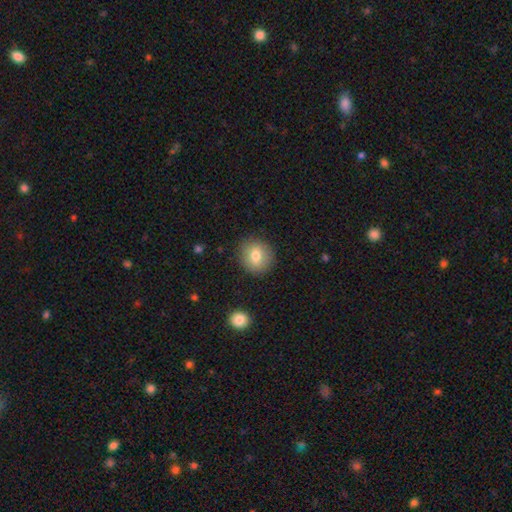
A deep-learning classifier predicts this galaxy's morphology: Smooth or featured: smooth — 77% (featured or disk — 14%)
How rounded: round — 85% (in between — 14%)
Merging: none — 88% (minor disturbance — 8%)